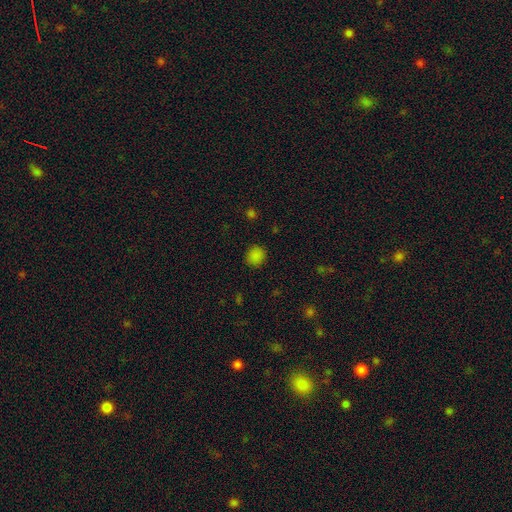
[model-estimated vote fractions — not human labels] Smooth or featured?
  - smooth: 83% *
  - star or artifact: 14%
  - featured or disk: 3%
How rounded?
  - round: 84% *
  - in between: 15%
  - cigar-shaped: 1%
Merging?
  - none: 88% *
  - minor disturbance: 9%
  - major disturbance: 3%
  - merger: 1%